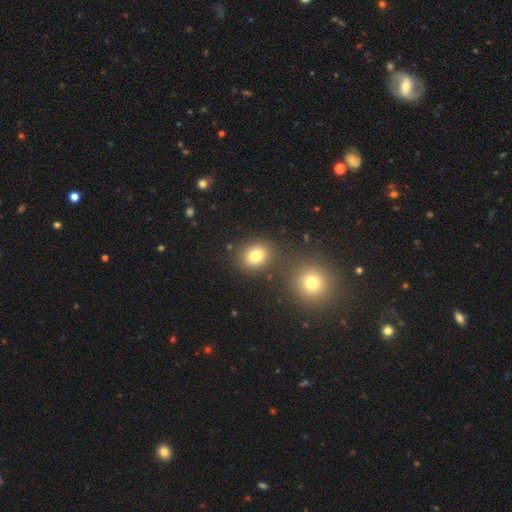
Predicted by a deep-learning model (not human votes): smooth-or-featured: smooth: 80% | star or artifact: 13% | featured or disk: 8%
  how-rounded: round: 62% | in between: 37% | cigar-shaped: 1%
  merging: none: 76% | merger: 12% | minor disturbance: 9% | major disturbance: 3%